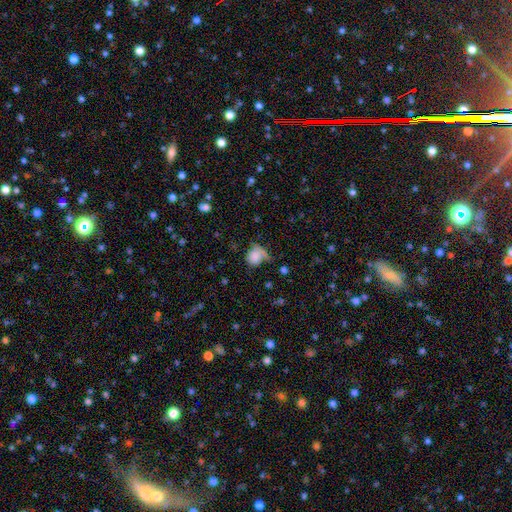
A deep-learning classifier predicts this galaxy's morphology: smooth_or_featured: smooth (p=0.78) [alt: featured or disk p=0.12]
how_rounded: round (p=0.62) [alt: in between p=0.36]
merging: none (p=0.36) [alt: minor disturbance p=0.33]